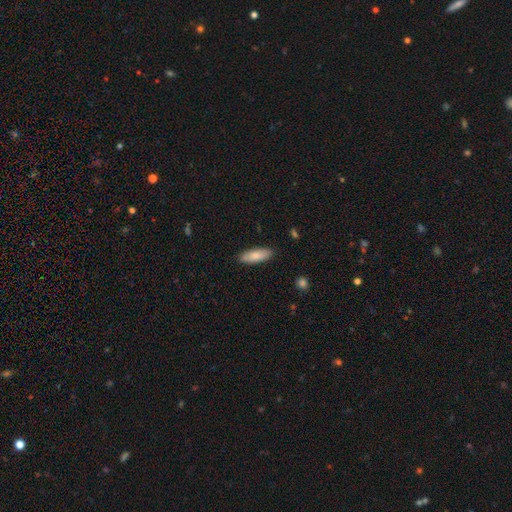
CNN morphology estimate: type=smooth (82%); roundness=in between (63%); merging=none (87%).